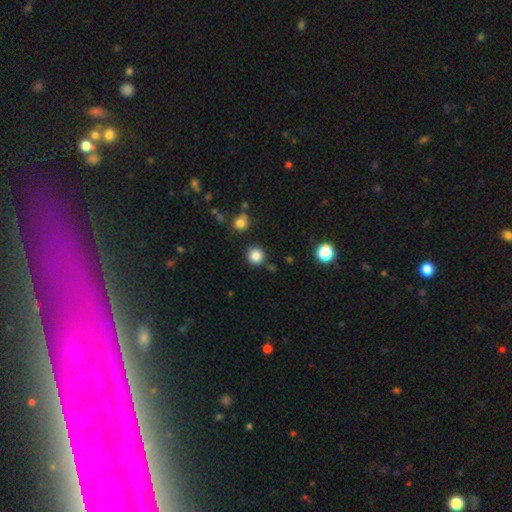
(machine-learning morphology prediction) A smooth galaxy with no disk features (85%) that is round (94%). Merging: none (88%).